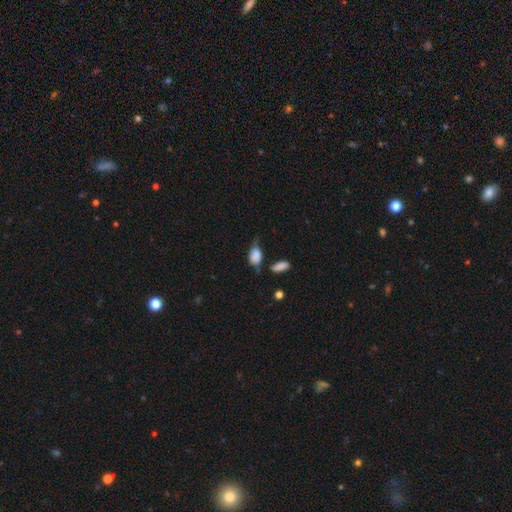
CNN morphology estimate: This appears to be a smooth galaxy with no disk features (83%) that is in between round and cigar-shaped (88%). Merging: none (37%).